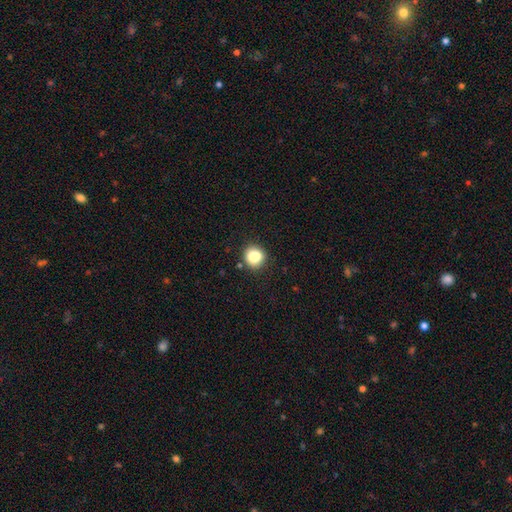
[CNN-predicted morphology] smooth 84%, star or artifact 10%, featured or disk 6%. Down the decision tree: how rounded — round (81%); merging — none (86%).